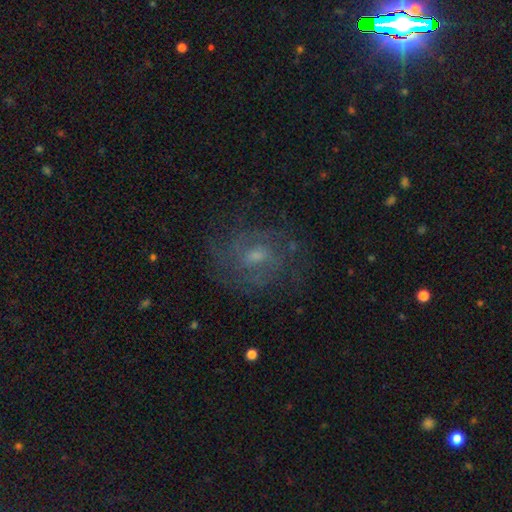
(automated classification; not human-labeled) featured or disk 68%, smooth 17%, star or artifact 15%. Down the decision tree: edge-on disk — no (97%); bar — no (48%); spiral arms — yes (89%); spiral arm count — can't tell (39%); spiral winding — tight (47%); bulge size — moderate (46%); merging — none (75%).